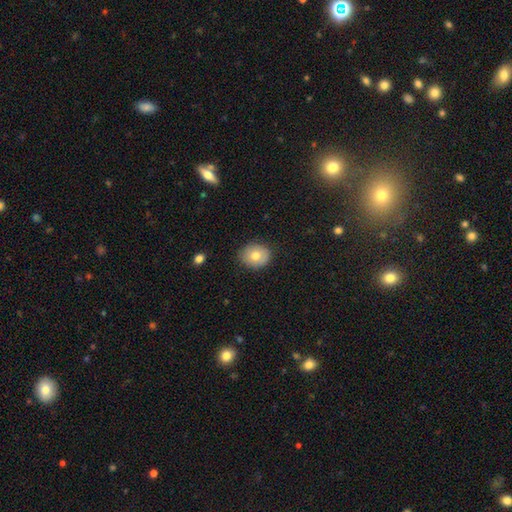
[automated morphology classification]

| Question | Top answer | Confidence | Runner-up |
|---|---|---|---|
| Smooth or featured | smooth | 75% | featured or disk (16%) |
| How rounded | round | 67% | in between (32%) |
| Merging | none | 84% | minor disturbance (12%) |